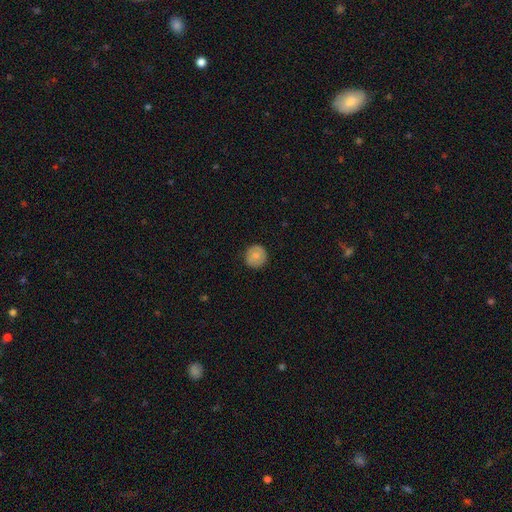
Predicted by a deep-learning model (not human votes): Smooth or featured?
  - smooth: 75% *
  - featured or disk: 18%
  - star or artifact: 7%
How rounded?
  - round: 94% *
  - in between: 5%
  - cigar-shaped: 1%
Merging?
  - none: 88% *
  - minor disturbance: 9%
  - major disturbance: 2%
  - merger: 1%